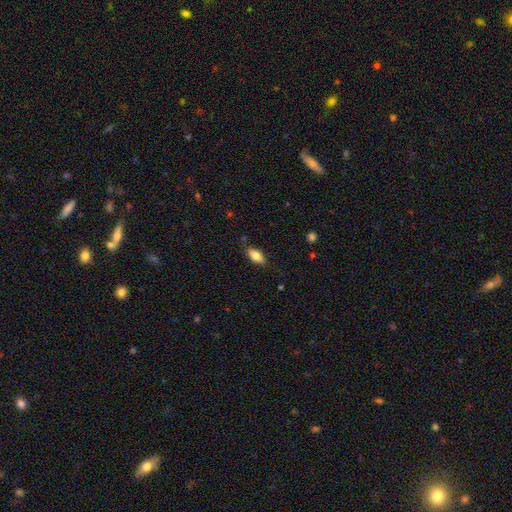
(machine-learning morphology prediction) A smooth galaxy with no disk features (81%) that is in between round and cigar-shaped (88%).

Vote fractions:
- Smooth or featured? smooth: 81% / featured or disk: 12% / star or artifact: 7%
- How rounded? in between: 88% / cigar-shaped: 9% / round: 3%
- Merging? none: 82% / minor disturbance: 14% / major disturbance: 3% / merger: 2%